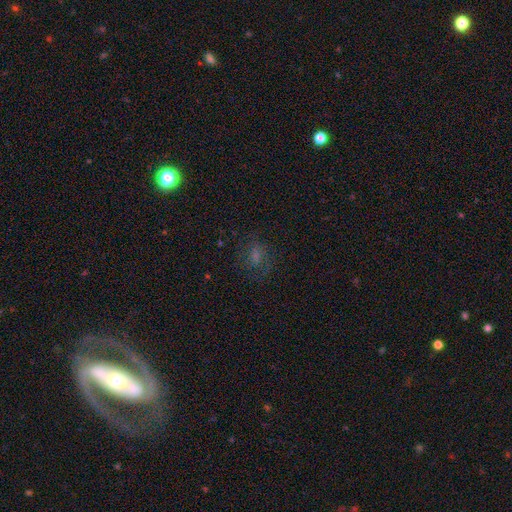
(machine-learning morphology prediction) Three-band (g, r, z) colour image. It shows a smooth galaxy with no disk features (50%) that is in between round and cigar-shaped (59%). Merging: none (66%).